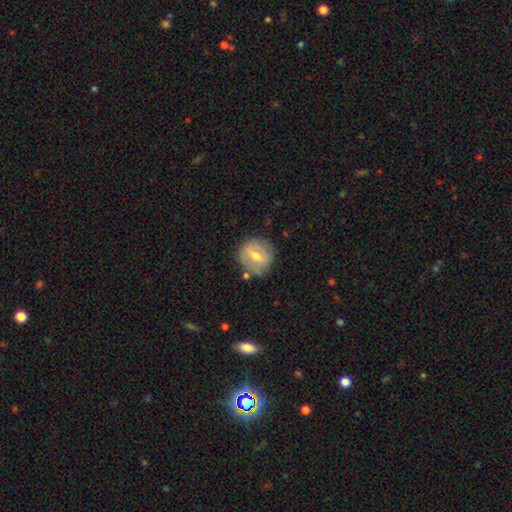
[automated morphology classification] Overall: smooth (48%; featured or disk 44%). Merging: none (77%).